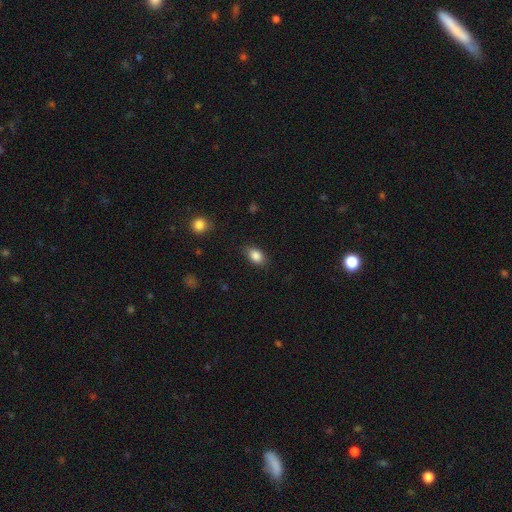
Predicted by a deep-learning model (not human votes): smooth 86%, star or artifact 9%, featured or disk 5%. Down the decision tree: how rounded — in between (80%); merging — none (83%).